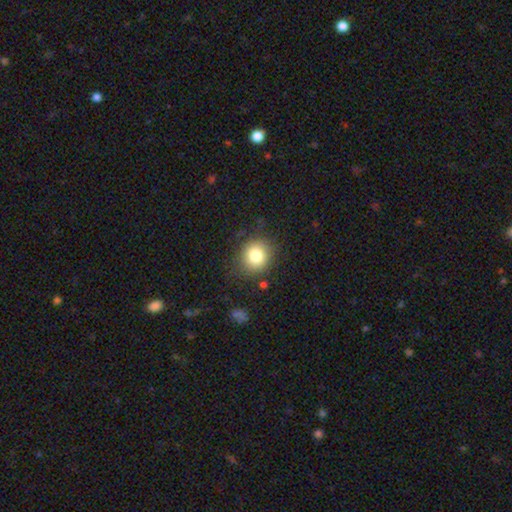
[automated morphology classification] type=smooth (80%); roundness=round (82%); merging=none (82%).